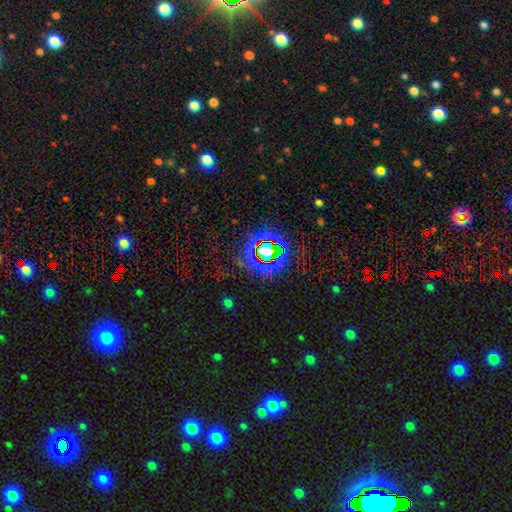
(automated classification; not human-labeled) Overall: star or artifact (79%).